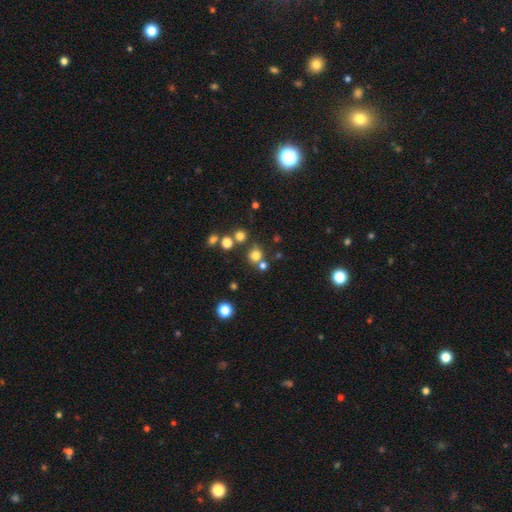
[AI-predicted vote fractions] Morphology: type=smooth (72%); roundness=round (88%); merging=none (68%).